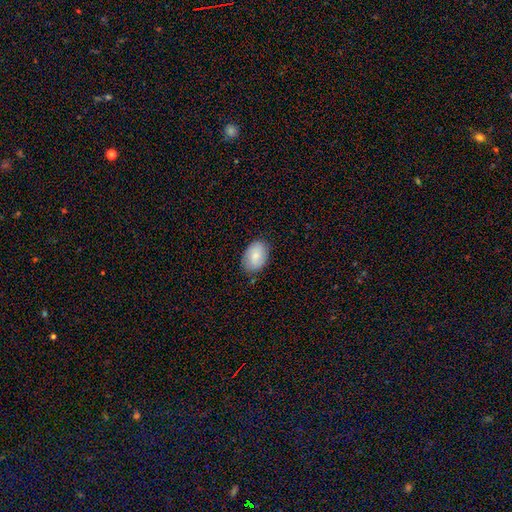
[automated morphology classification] The model was most divided on "smooth or featured": smooth: 82%, featured or disk: 12%, star or artifact: 6%. More confident: how rounded — in between (86%); merging — none (83%).